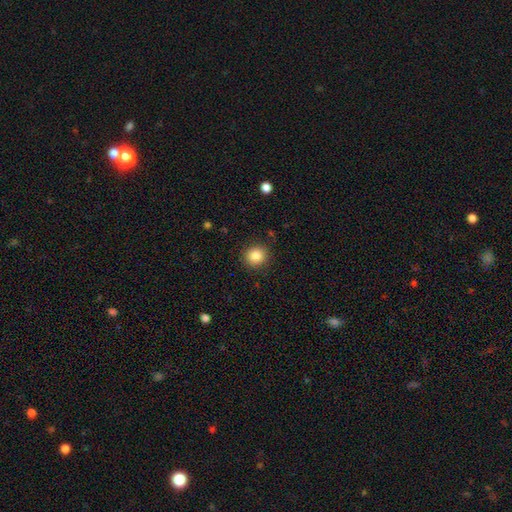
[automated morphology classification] Overall: smooth (85%). How rounded: round (89%). Merging: none (89%).